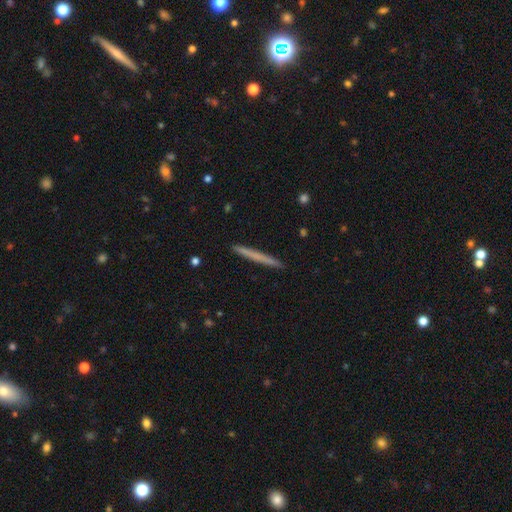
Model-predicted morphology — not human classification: Smooth or featured?
  - smooth: 62% *
  - featured or disk: 33%
  - star or artifact: 6%
How rounded?
  - cigar-shaped: 97% *
  - in between: 2%
  - round: 1%
Merging?
  - none: 92% *
  - minor disturbance: 5%
  - major disturbance: 1%
  - merger: 1%